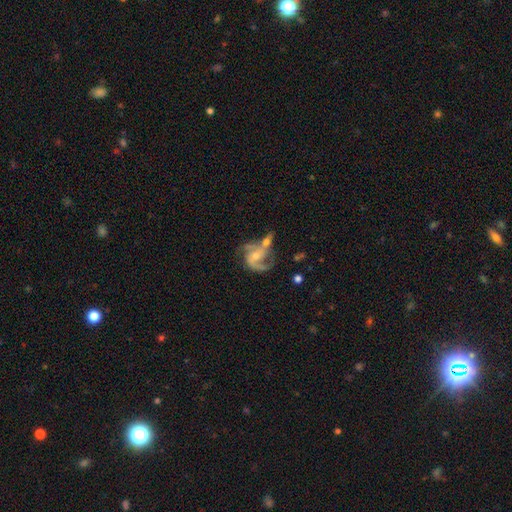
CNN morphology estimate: Smooth or featured? Predicted: featured or disk (p=0.85). Edge-on disk? Predicted: no (p=0.98). Bar? Predicted: no (p=0.52). Spiral arms? Predicted: yes (p=0.95). Spiral winding? Predicted: medium (p=0.54). Spiral arm count? Predicted: 2 (p=0.71). Bulge size? Predicted: moderate (p=0.47). Merging? Predicted: none (p=0.34, tied with merger).